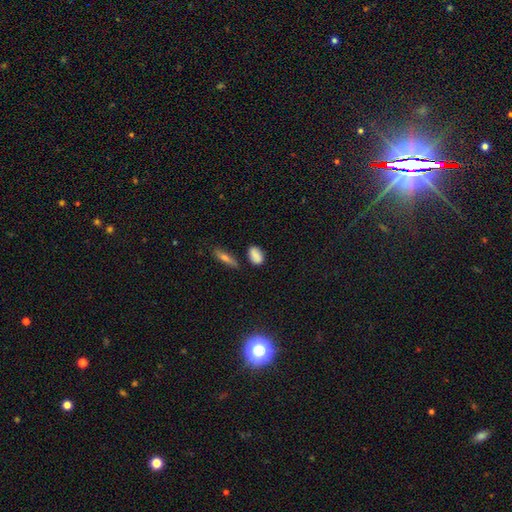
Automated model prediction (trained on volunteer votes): Overall: smooth (85%). How rounded: in between (85%). Merging: none (72%).